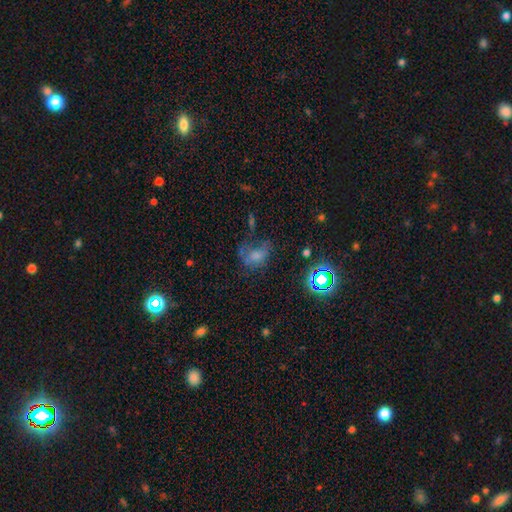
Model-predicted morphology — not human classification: A smooth galaxy with no disk features (50%) that is in between round and cigar-shaped (66%). Merging: major disturbance (38%).